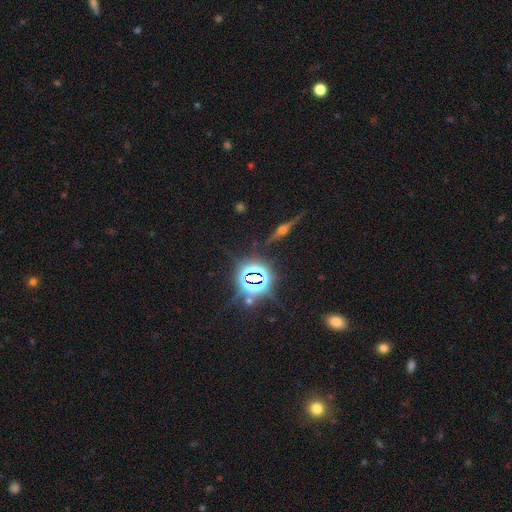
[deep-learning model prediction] Smooth or featured? star or artifact (77%)